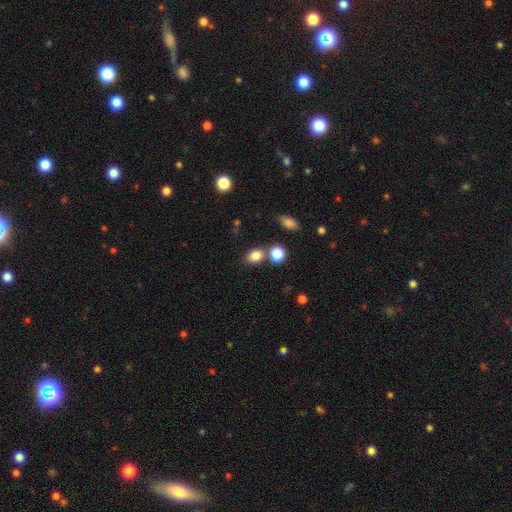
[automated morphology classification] Smooth or featured? smooth (82%)
How rounded? in between (58%)
Merging? none (67%)